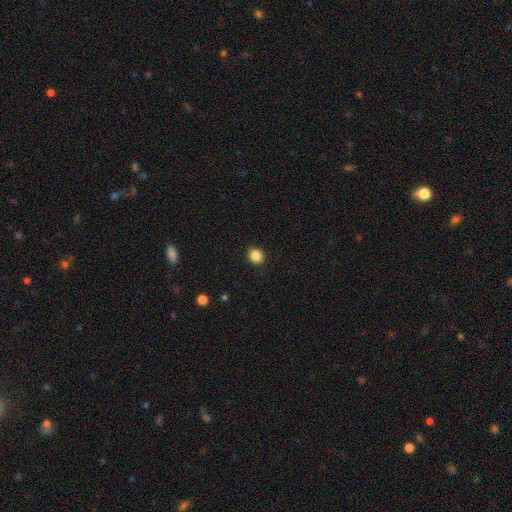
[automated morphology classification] Smooth or featured: smooth — 86% (star or artifact — 10%)
How rounded: round — 70% (in between — 29%)
Merging: none — 91% (minor disturbance — 6%)